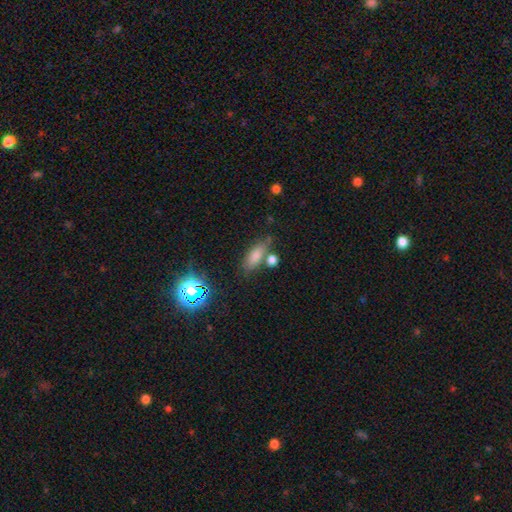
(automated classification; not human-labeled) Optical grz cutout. It shows a smooth galaxy with no disk features (72%) that is in between round and cigar-shaped (67%). Merging: none (67%).